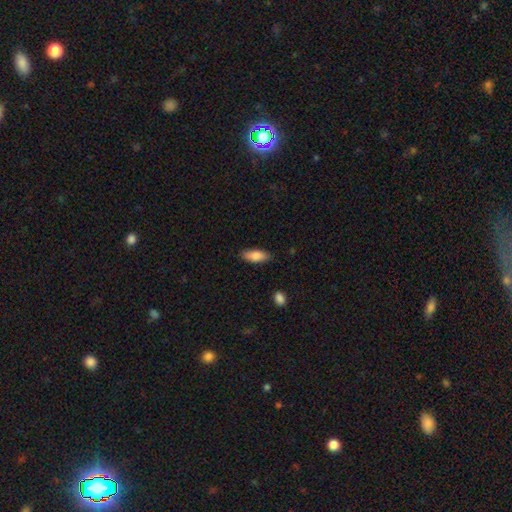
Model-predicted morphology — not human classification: The model was most divided on "how rounded": in between: 76%, cigar-shaped: 22%, round: 2%. More confident: merging — none (84%); smooth or featured — smooth (83%).